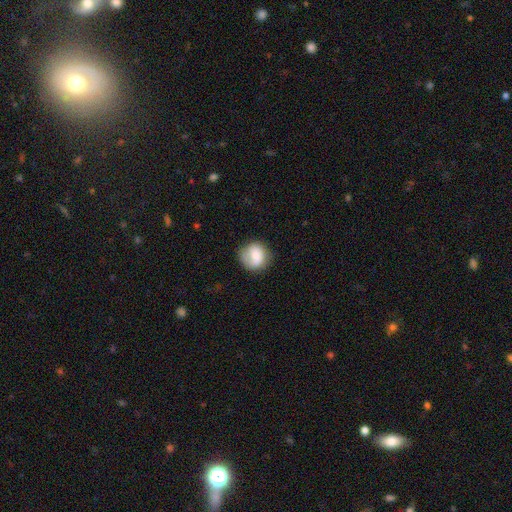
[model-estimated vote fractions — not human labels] Overall: smooth (72%). How rounded: round (84%). Merging: none (71%).